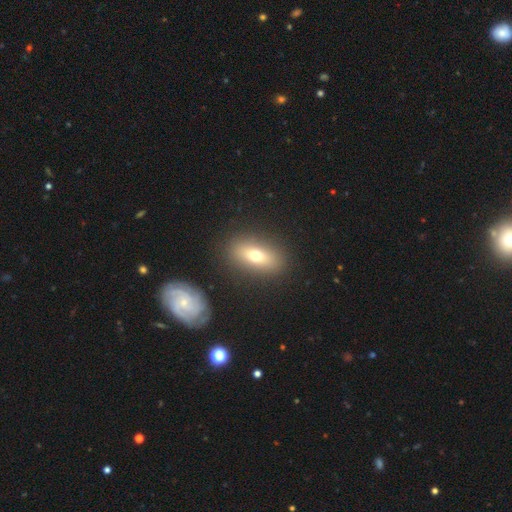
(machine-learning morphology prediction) Smooth or featured?
  - smooth: 66% *
  - featured or disk: 24%
  - star or artifact: 10%
How rounded?
  - in between: 78% *
  - cigar-shaped: 12%
  - round: 10%
Merging?
  - none: 86% *
  - minor disturbance: 8%
  - major disturbance: 3%
  - merger: 2%